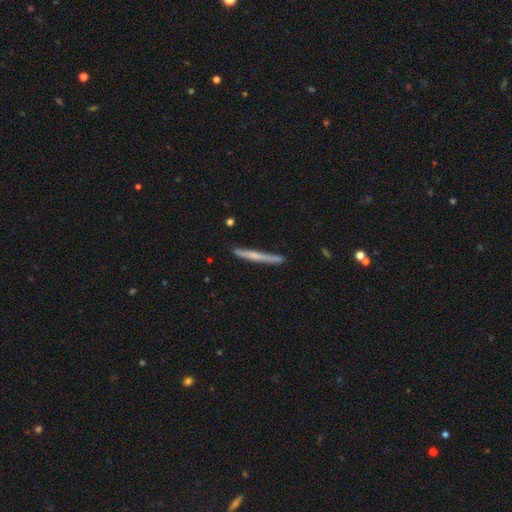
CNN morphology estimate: type=smooth (47%); merging=none (86%).